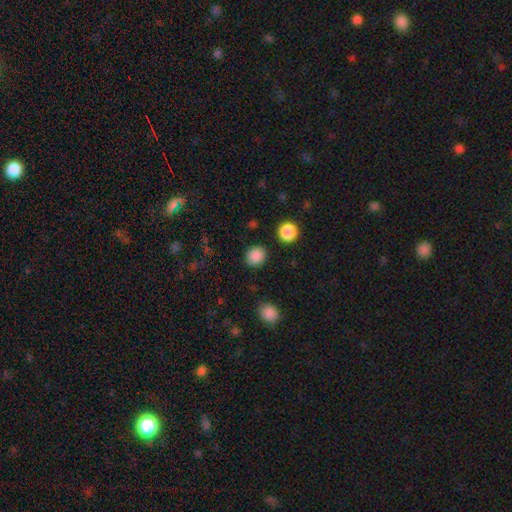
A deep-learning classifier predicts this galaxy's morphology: A smooth galaxy with no disk features (86%) that is round (84%).

Vote fractions:
- Smooth or featured? smooth: 86% / star or artifact: 11% / featured or disk: 3%
- How rounded? round: 84% / in between: 15% / cigar-shaped: 1%
- Merging? none: 89% / minor disturbance: 7% / major disturbance: 3% / merger: 2%